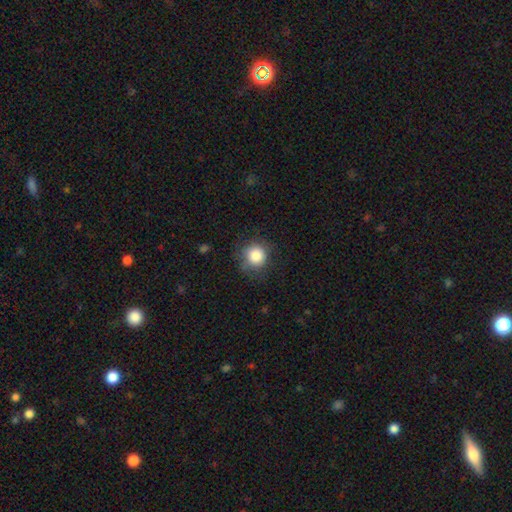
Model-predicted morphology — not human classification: A smooth galaxy with no disk features (85%) that is round (91%). Merging: none (76%).